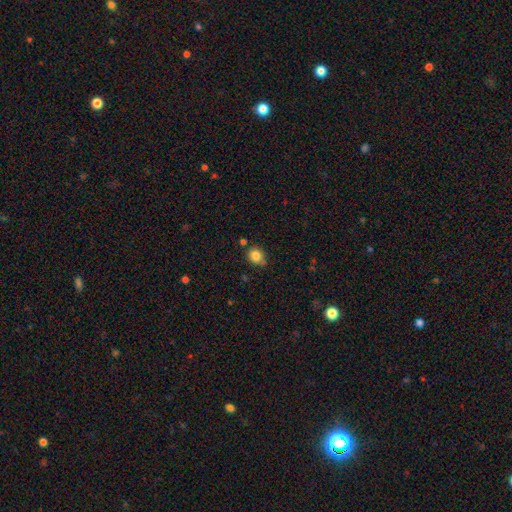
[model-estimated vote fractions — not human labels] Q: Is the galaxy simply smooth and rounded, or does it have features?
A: smooth — 84%.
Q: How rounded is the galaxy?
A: round — 69%.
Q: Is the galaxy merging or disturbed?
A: none — 68%.